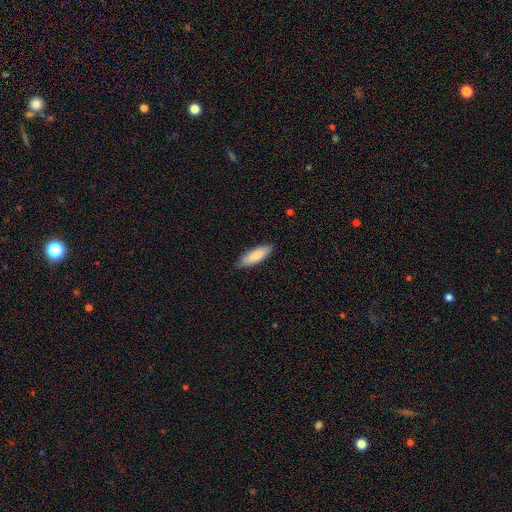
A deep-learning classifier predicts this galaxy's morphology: Smooth or featured? Predicted: smooth (p=0.86). How rounded? Predicted: in between (p=0.54). Merging? Predicted: none (p=0.84).